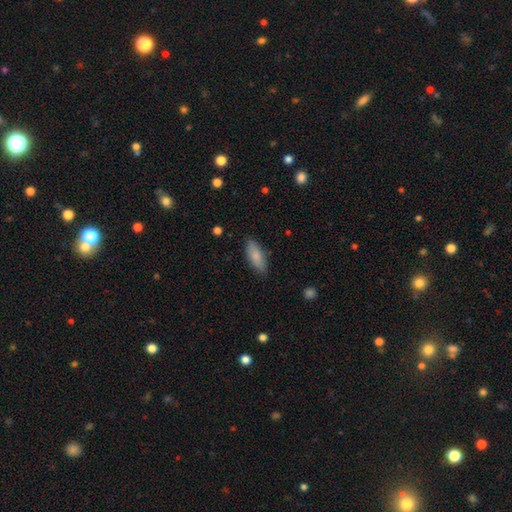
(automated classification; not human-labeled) This appears to be a smooth galaxy with no disk features (83%) that is in between round and cigar-shaped (74%). Merging: none (82%).